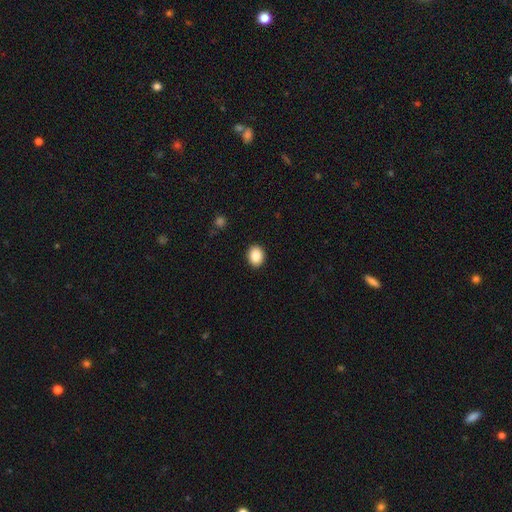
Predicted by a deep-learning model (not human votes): A smooth galaxy with no disk features (88%) that is round (50%).

Vote fractions:
- Smooth or featured? smooth: 88% / star or artifact: 8% / featured or disk: 4%
- How rounded? round: 50% / in between: 49% / cigar-shaped: 1%
- Merging? none: 91% / minor disturbance: 6% / major disturbance: 2% / merger: 1%